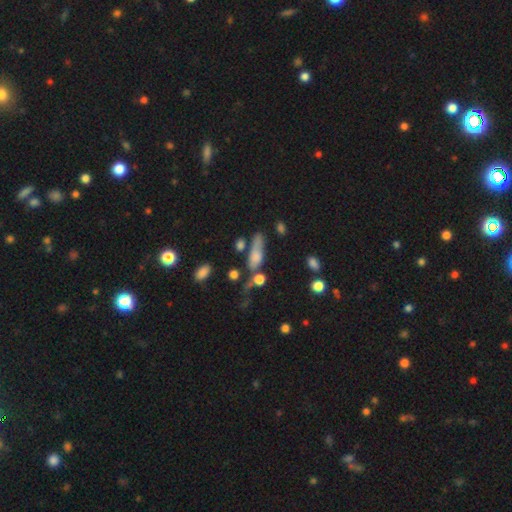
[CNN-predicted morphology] A smooth galaxy with no disk features (68%) that is in between round and cigar-shaped (60%).

Vote fractions:
- Smooth or featured? smooth: 68% / featured or disk: 21% / star or artifact: 11%
- How rounded? in between: 60% / cigar-shaped: 34% / round: 6%
- Merging? none: 33% / merger: 25% / minor disturbance: 22% / major disturbance: 20%